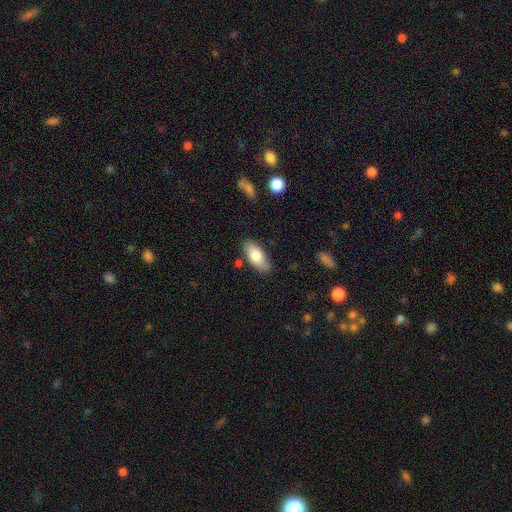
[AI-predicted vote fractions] Smooth or featured?
  - smooth: 77% *
  - featured or disk: 16%
  - star or artifact: 6%
How rounded?
  - in between: 88% *
  - cigar-shaped: 10%
  - round: 3%
Merging?
  - none: 78% *
  - minor disturbance: 16%
  - major disturbance: 3%
  - merger: 3%